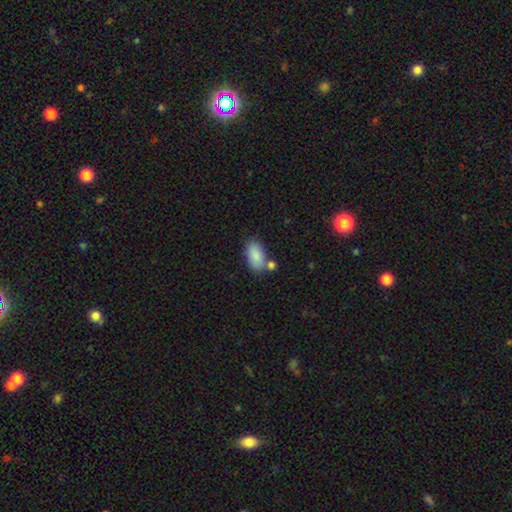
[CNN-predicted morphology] Smooth or featured? Predicted: smooth (p=0.86). How rounded? Predicted: in between (p=0.94). Merging? Predicted: none (p=0.64).